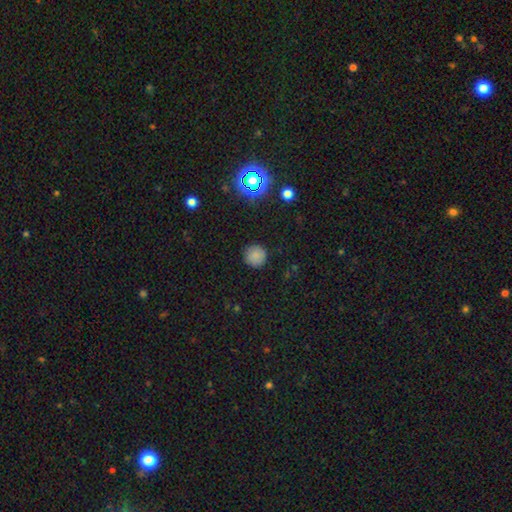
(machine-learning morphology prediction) type=smooth (81%); roundness=round (95%); merging=none (89%).